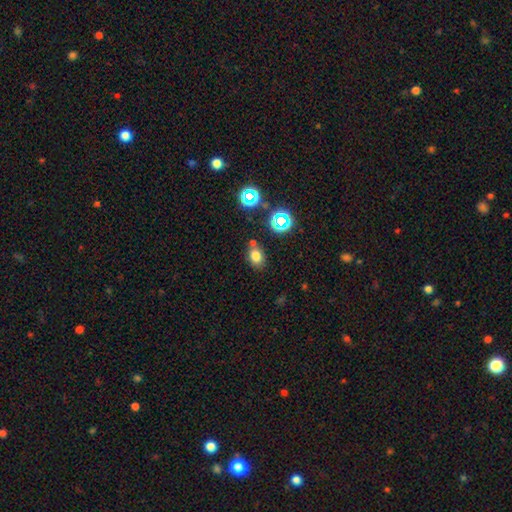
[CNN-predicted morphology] smooth_or_featured: smooth (p=0.74) [alt: star or artifact p=0.18]
how_rounded: in between (p=0.63) [alt: round p=0.36]
merging: none (p=0.71) [alt: minor disturbance p=0.14]